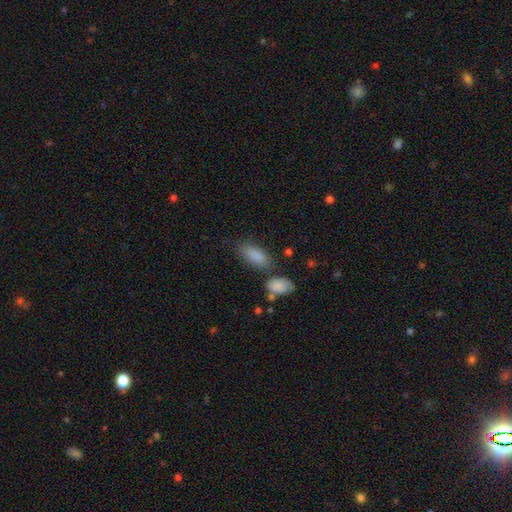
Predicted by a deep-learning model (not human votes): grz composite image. It shows a smooth galaxy with no disk features (87%) that is in between round and cigar-shaped (87%). Merging: none (67%).